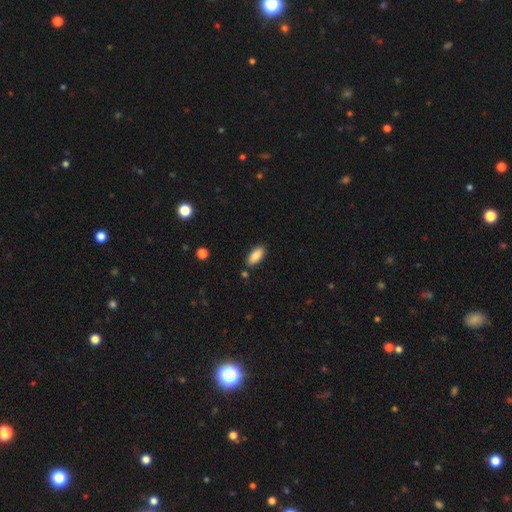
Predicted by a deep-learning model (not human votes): The model was most divided on "how rounded": in between: 85%, cigar-shaped: 13%, round: 2%. More confident: smooth or featured — smooth (87%); merging — none (85%).